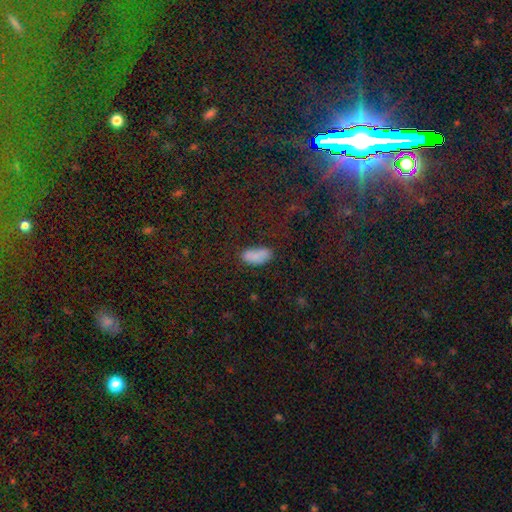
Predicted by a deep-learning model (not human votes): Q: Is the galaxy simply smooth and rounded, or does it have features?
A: smooth — 79%.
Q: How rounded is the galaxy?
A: in between — 90%.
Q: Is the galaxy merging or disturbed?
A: none — 64%.